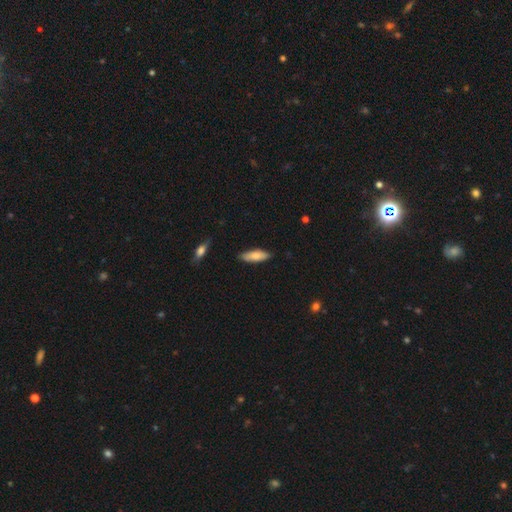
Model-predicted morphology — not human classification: smooth-or-featured: smooth: 79% | featured or disk: 15% | star or artifact: 6%
  how-rounded: in between: 56% | cigar-shaped: 42% | round: 2%
  merging: none: 84% | minor disturbance: 13% | major disturbance: 2% | merger: 1%